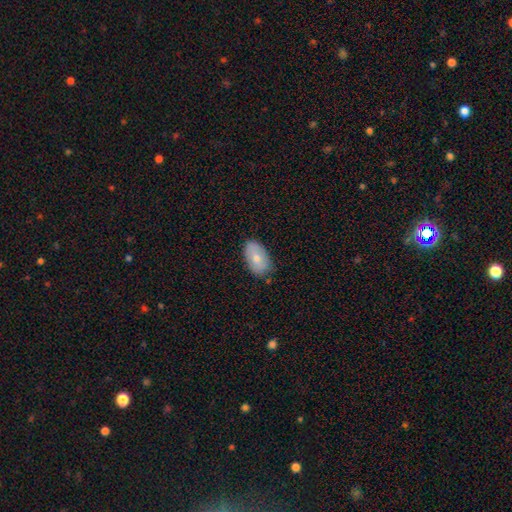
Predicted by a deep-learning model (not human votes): smooth 72%, featured or disk 22%, star or artifact 7%. Down the decision tree: how rounded — in between (93%); merging — none (79%).